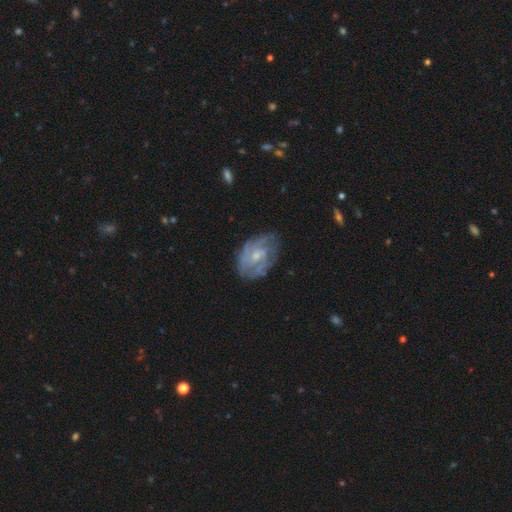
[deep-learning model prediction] Smooth or featured? Predicted: featured or disk (p=0.77). Edge-on disk? Predicted: no (p=0.97). Bar? Predicted: no (p=0.52). Spiral arms? Predicted: yes (p=0.86). Spiral winding? Predicted: tight (p=0.47). Spiral arm count? Predicted: can't tell (p=0.37). Bulge size? Predicted: small (p=0.52). Merging? Predicted: none (p=0.66).